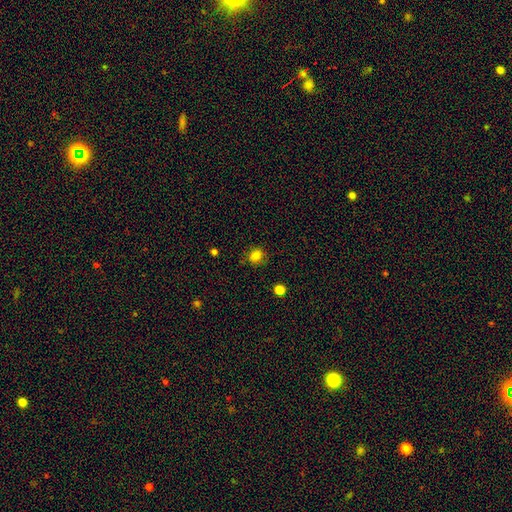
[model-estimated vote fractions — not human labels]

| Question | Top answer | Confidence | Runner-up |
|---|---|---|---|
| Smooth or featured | smooth | 82% | star or artifact (13%) |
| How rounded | round | 69% | in between (30%) |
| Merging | none | 77% | minor disturbance (17%) |